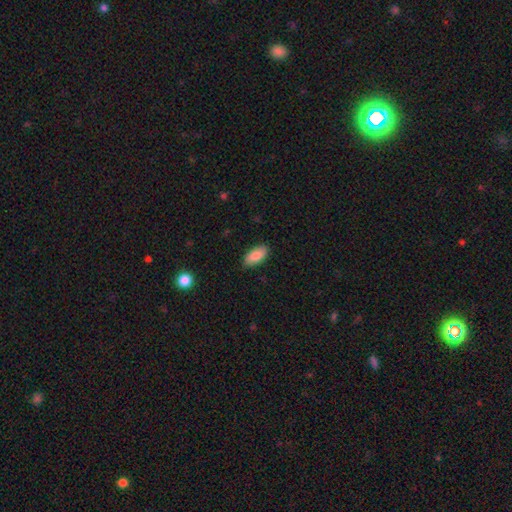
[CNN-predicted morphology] A smooth galaxy with no disk features (85%) that is in between round and cigar-shaped (90%). Merging: none (86%).